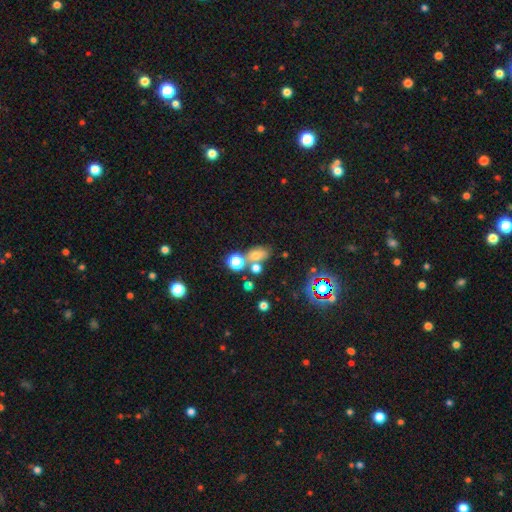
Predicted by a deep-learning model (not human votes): The model was most divided on "merging": none: 50%, merger: 31%, minor disturbance: 13%, major disturbance: 6%. More confident: how rounded — in between (70%); smooth or featured — smooth (63%).